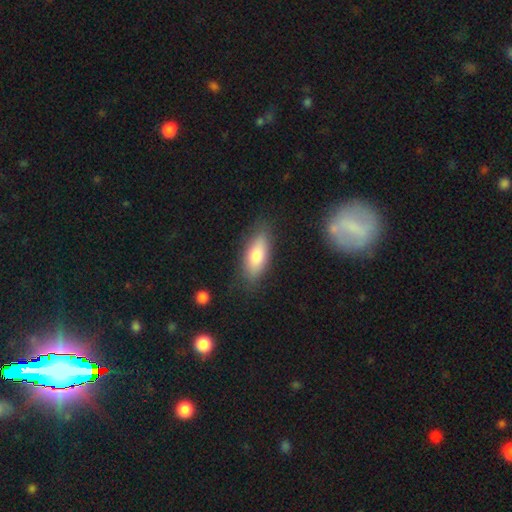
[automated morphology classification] A smooth galaxy with no disk features (76%) that is in between round and cigar-shaped (80%).

Vote fractions:
- Smooth or featured? smooth: 76% / featured or disk: 18% / star or artifact: 7%
- How rounded? in between: 80% / cigar-shaped: 17% / round: 3%
- Merging? none: 81% / minor disturbance: 13% / major disturbance: 4% / merger: 2%